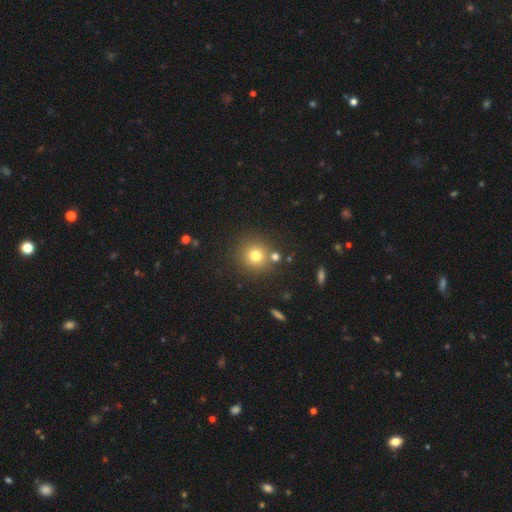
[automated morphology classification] type=smooth (75%); roundness=round (93%); merging=none (80%).